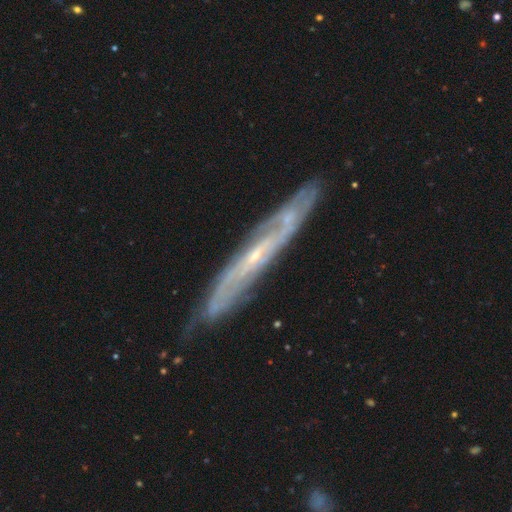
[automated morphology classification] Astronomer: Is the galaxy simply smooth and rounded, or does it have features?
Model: featured or disk — 82%.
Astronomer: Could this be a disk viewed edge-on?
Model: yes — 50%, tied with no at 50%.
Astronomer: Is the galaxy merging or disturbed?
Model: none — 77%.